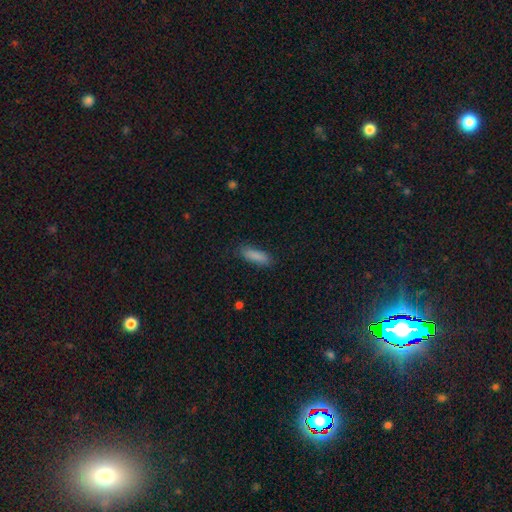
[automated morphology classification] Smooth or featured? smooth (87%)
How rounded? cigar-shaped (50%)
Merging? none (83%)